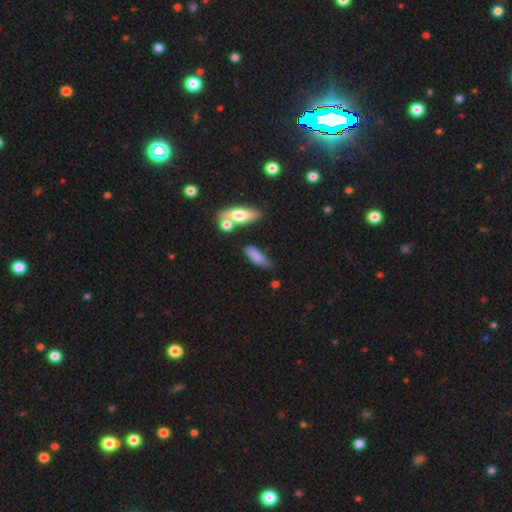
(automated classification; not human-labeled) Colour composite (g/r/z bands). It shows a smooth galaxy with no disk features (78%) that is in between round and cigar-shaped (56%). Merging: none (63%).